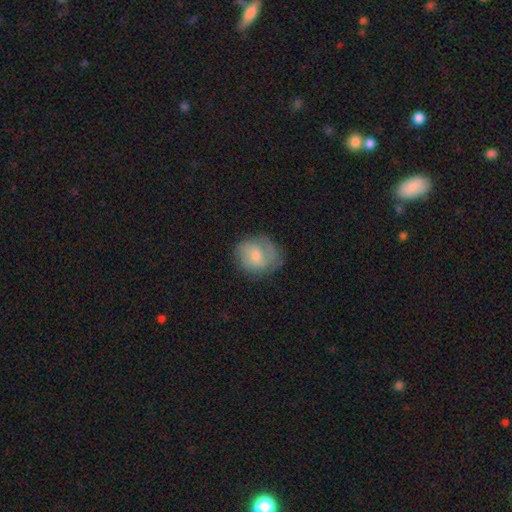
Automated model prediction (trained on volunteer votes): A smooth galaxy with no disk features (51%) that is round (69%).

Vote fractions:
- Smooth or featured? smooth: 51% / featured or disk: 42% / star or artifact: 8%
- How rounded? round: 69% / in between: 30% / cigar-shaped: 1%
- Merging? none: 63% / minor disturbance: 24% / major disturbance: 11% / merger: 1%